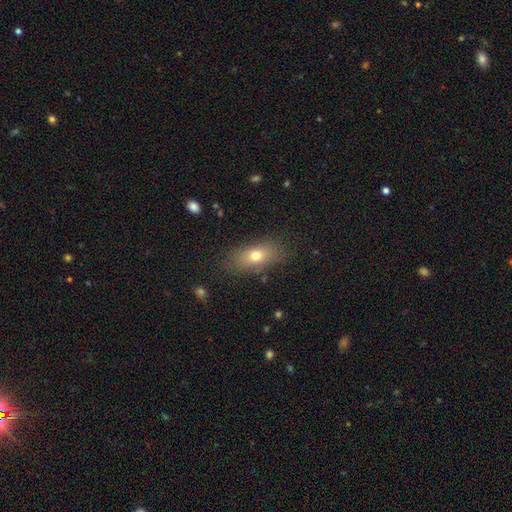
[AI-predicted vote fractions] A smooth galaxy with no disk features (71%) that is in between round and cigar-shaped (77%).

Vote fractions:
- Smooth or featured? smooth: 71% / featured or disk: 18% / star or artifact: 10%
- How rounded? in between: 77% / cigar-shaped: 13% / round: 10%
- Merging? none: 82% / minor disturbance: 12% / major disturbance: 5% / merger: 1%